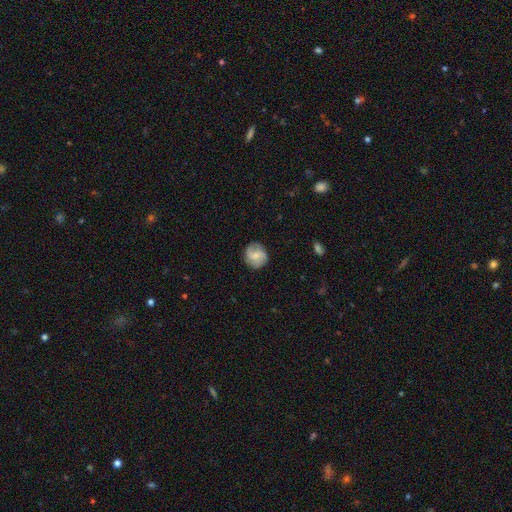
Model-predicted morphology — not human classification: The model was most divided on "smooth or featured": smooth: 47%, featured or disk: 46%, star or artifact: 7%. More confident: merging — none (82%).